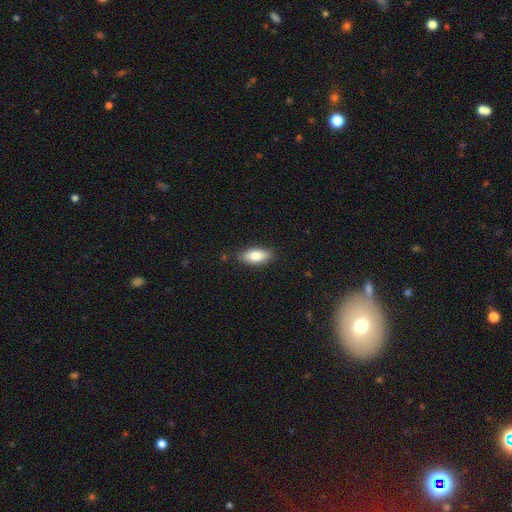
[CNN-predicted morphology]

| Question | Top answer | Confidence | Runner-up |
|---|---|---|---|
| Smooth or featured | smooth | 82% | featured or disk (12%) |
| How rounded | in between | 83% | cigar-shaped (14%) |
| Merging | none | 85% | minor disturbance (11%) |